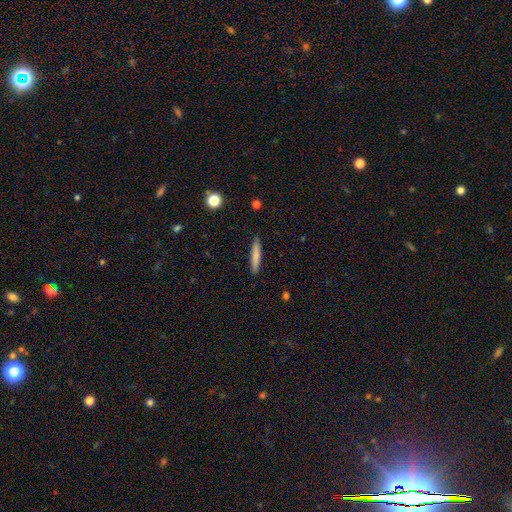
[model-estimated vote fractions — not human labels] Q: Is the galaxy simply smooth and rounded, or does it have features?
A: smooth — 76%.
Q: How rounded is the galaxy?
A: cigar-shaped — 92%.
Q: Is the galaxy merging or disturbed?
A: none — 89%.